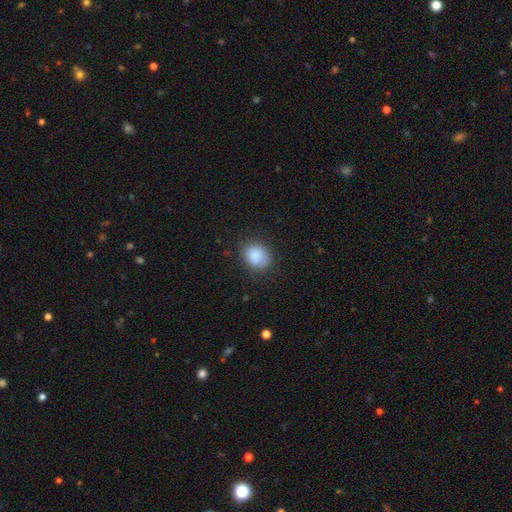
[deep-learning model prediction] Q: Smooth or featured?
A: smooth (83%); runner-up: featured or disk (9%)
Q: How rounded?
A: round (55%); runner-up: in between (44%)
Q: Merging?
A: none (73%); runner-up: minor disturbance (20%)